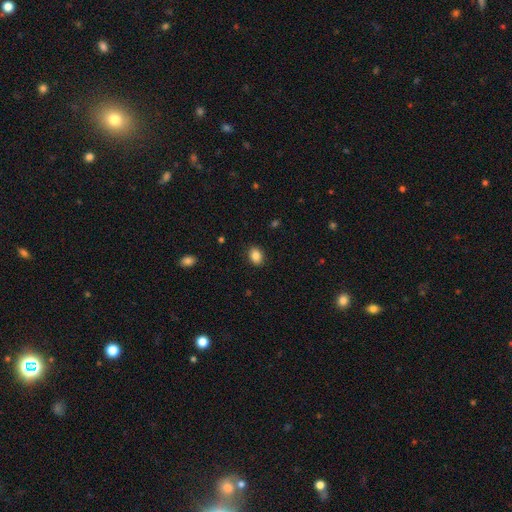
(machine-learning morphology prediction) Q: Smooth or featured?
A: smooth (86%); runner-up: star or artifact (9%)
Q: How rounded?
A: in between (66%); runner-up: round (33%)
Q: Merging?
A: none (88%); runner-up: minor disturbance (9%)